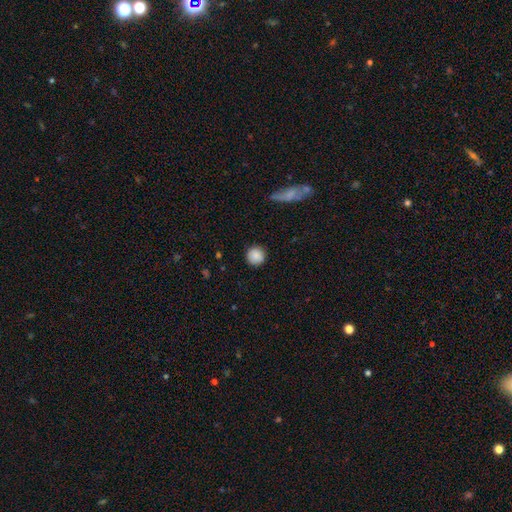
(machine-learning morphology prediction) A smooth galaxy with no disk features (87%) that is round (95%). Merging: none (89%).